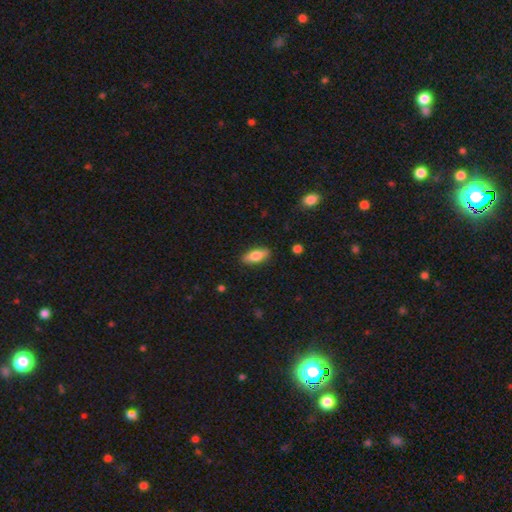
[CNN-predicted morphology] Smooth or featured: smooth — 73% (featured or disk — 21%)
How rounded: in between — 72% (cigar-shaped — 25%)
Merging: none — 88% (minor disturbance — 9%)